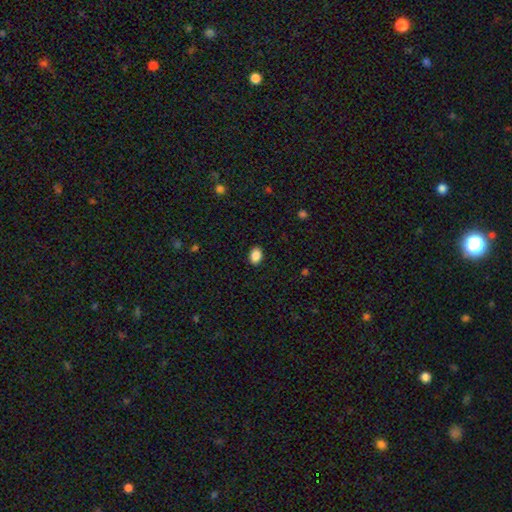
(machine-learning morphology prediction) This is clearly a smooth galaxy (88%). How rounded: likely in between (78%). Merging: clearly none (90%).